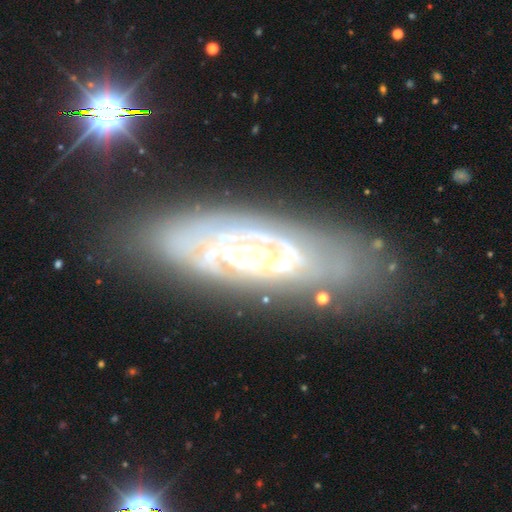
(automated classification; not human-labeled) Smooth or featured: featured or disk — 83% (smooth — 10%)
Edge-on disk: no — 82% (yes — 18%)
Bar: no — 59% (weak — 26%)
Spiral arms: yes — 79% (no — 21%)
Spiral winding: tight — 71% (medium — 23%)
Spiral arm count: can't tell — 46% (2 — 31%)
Bulge size: small — 45% (moderate — 43%)
Merging: none — 75% (minor disturbance — 16%)